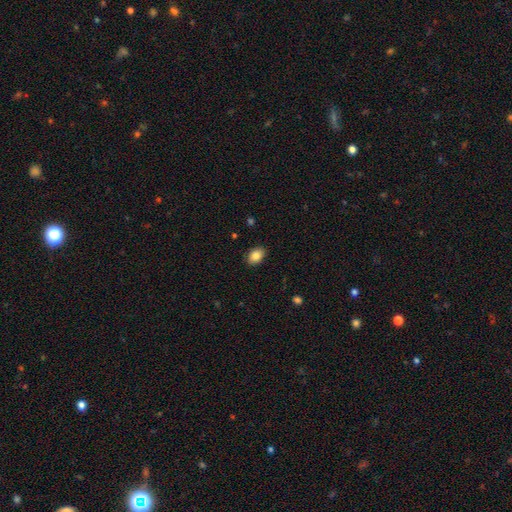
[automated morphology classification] Overall: smooth (86%). How rounded: in between (81%). Merging: none (88%).